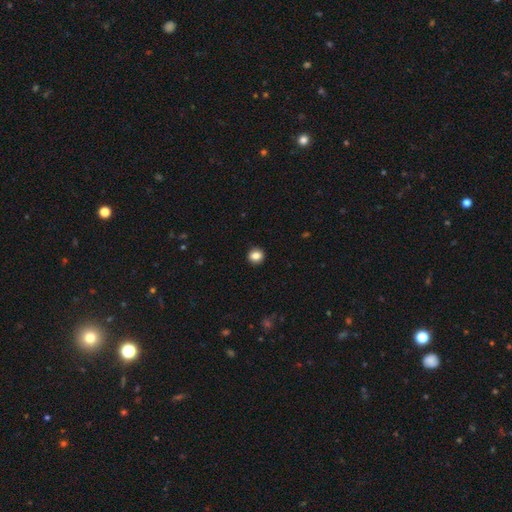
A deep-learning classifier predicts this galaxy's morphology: Overall: smooth (85%). How rounded: round (84%). Merging: none (92%).